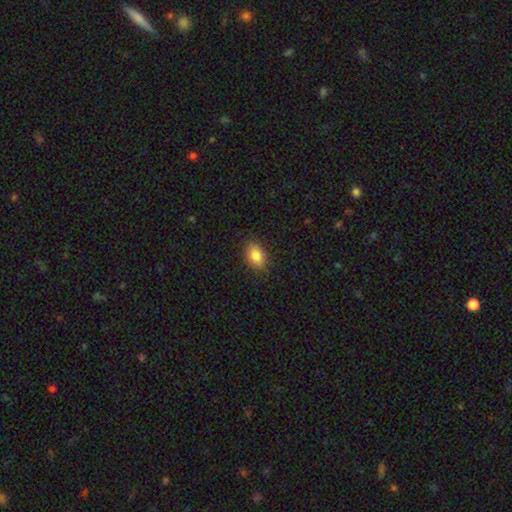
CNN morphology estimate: smooth-or-featured: smooth: 84% | star or artifact: 8% | featured or disk: 8%
  how-rounded: in between: 87% | round: 11% | cigar-shaped: 2%
  merging: none: 87% | minor disturbance: 10% | major disturbance: 2% | merger: 1%